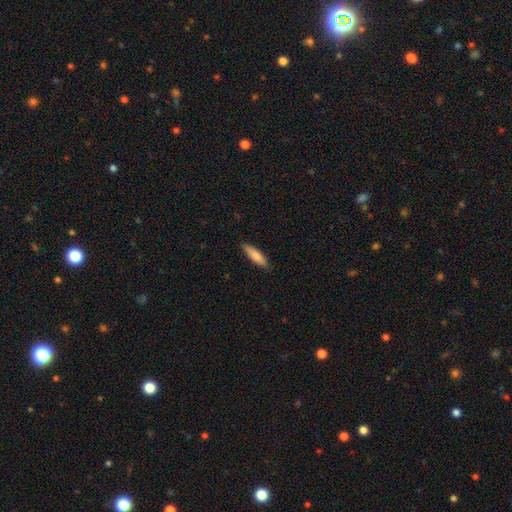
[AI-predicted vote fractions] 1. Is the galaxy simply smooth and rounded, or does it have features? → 81% smooth, 14% featured or disk, 6% star or artifact.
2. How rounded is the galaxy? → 64% cigar-shaped, 35% in between, 1% round.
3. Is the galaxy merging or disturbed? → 83% none, 14% minor disturbance, 2% major disturbance, 1% merger.